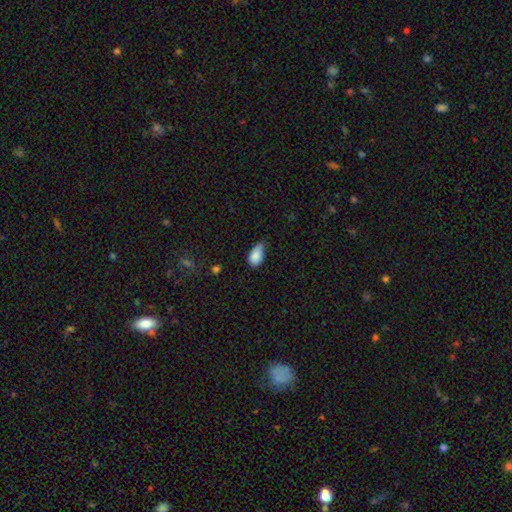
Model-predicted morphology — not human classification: smooth_or_featured: smooth (p=0.85) [alt: star or artifact p=0.08]
how_rounded: in between (p=0.91) [alt: round p=0.07]
merging: minor disturbance (p=0.52) [alt: none p=0.35]